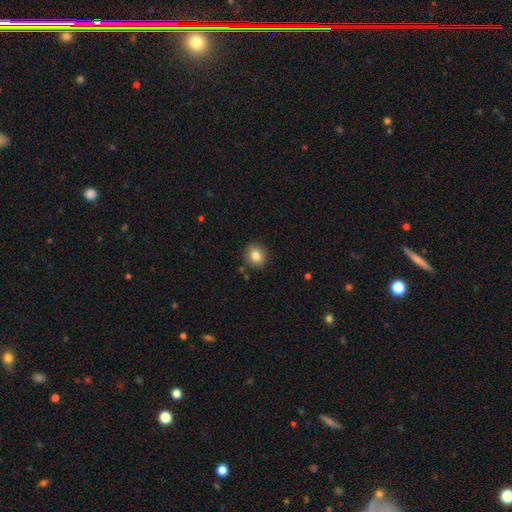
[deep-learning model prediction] A smooth galaxy with no disk features (83%) that is round (77%).

Vote fractions:
- Smooth or featured? smooth: 83% / star or artifact: 10% / featured or disk: 7%
- How rounded? round: 77% / in between: 22% / cigar-shaped: 1%
- Merging? none: 88% / minor disturbance: 8% / major disturbance: 2% / merger: 2%